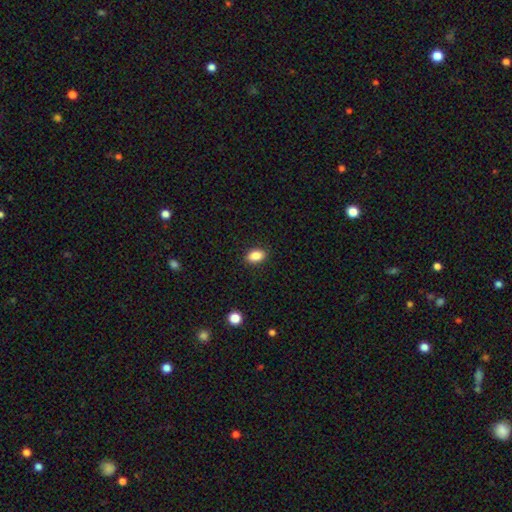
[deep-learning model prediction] This appears to be a smooth galaxy with no disk features (87%) that is in between round and cigar-shaped (87%). Merging: none (90%).